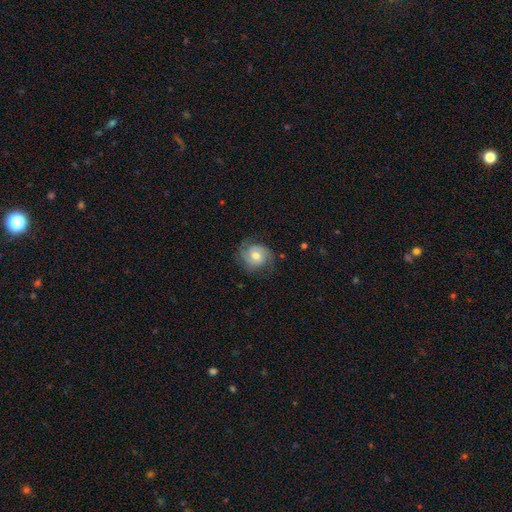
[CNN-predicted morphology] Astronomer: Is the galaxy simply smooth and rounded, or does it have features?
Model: featured or disk — 66%.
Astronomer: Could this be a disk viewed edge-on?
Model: no — 97%.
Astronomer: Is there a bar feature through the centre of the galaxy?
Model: no — 65%.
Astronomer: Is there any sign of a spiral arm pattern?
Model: yes — 90%.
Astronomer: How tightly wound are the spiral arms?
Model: tight — 47% (runner-up: medium, 39%).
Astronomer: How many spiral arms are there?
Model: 2 — 67%.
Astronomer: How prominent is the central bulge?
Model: moderate — 69%.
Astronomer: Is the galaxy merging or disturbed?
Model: none — 72%.